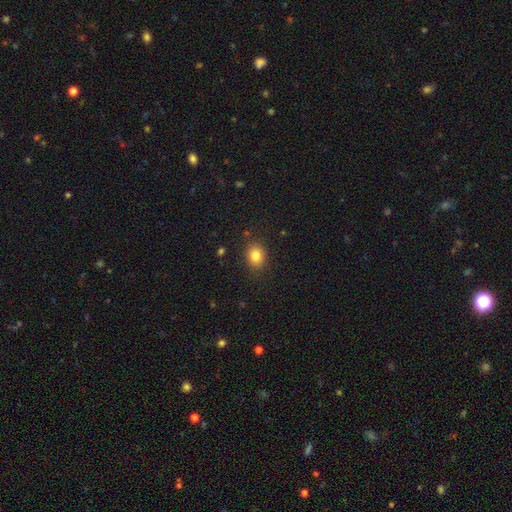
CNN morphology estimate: This is clearly a smooth galaxy (82%). How rounded: possibly round (53%). Merging: clearly none (87%).